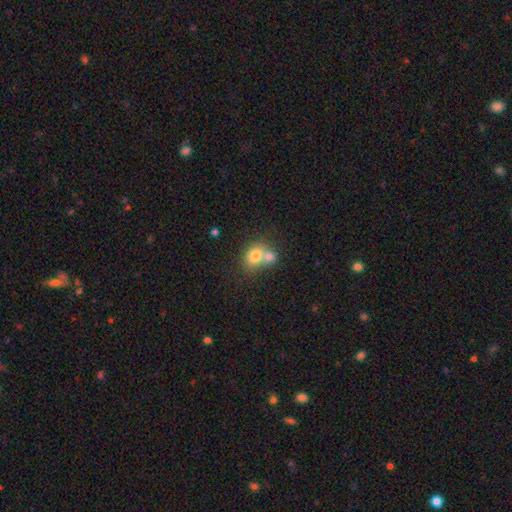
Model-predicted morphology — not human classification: type=smooth (75%); roundness=round (53%); merging=merger (62%).